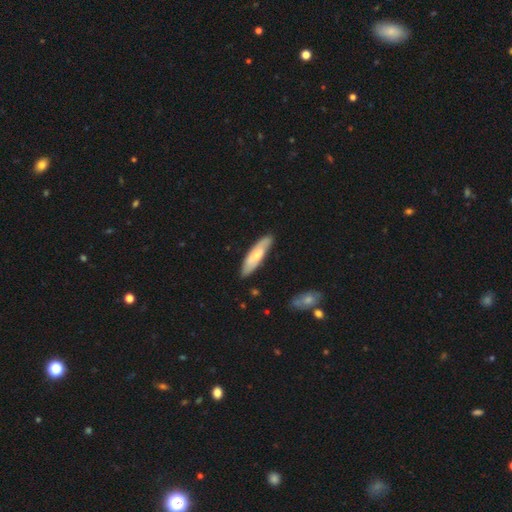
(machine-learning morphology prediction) Q: Smooth or featured?
A: smooth (53%); runner-up: featured or disk (42%)
Q: How rounded?
A: cigar-shaped (64%); runner-up: in between (35%)
Q: Merging?
A: none (84%); runner-up: minor disturbance (12%)